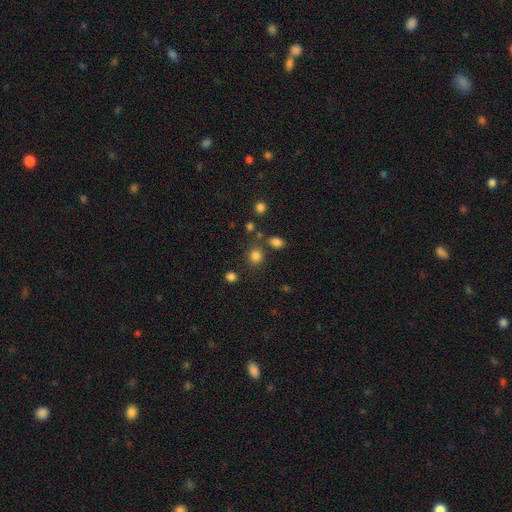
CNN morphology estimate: A smooth galaxy with no disk features (82%) that is round (67%).

Vote fractions:
- Smooth or featured? smooth: 82% / star or artifact: 13% / featured or disk: 5%
- How rounded? round: 67% / in between: 32% / cigar-shaped: 1%
- Merging? none: 75% / minor disturbance: 11% / merger: 10% / major disturbance: 4%